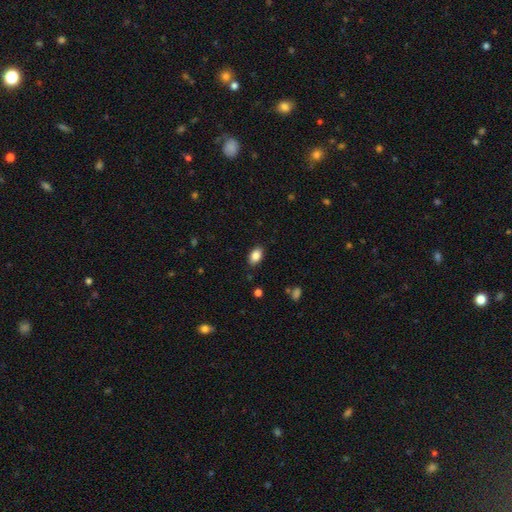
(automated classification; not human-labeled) Smooth or featured? Predicted: smooth (p=0.86). How rounded? Predicted: in between (p=0.90). Merging? Predicted: none (p=0.87).